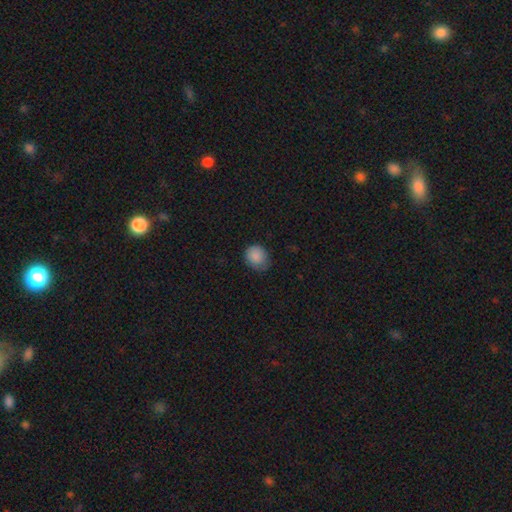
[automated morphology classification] Smooth or featured?
  - smooth: 86% *
  - star or artifact: 8%
  - featured or disk: 6%
How rounded?
  - round: 66% *
  - in between: 33%
  - cigar-shaped: 1%
Merging?
  - none: 60% *
  - minor disturbance: 32%
  - major disturbance: 7%
  - merger: 1%